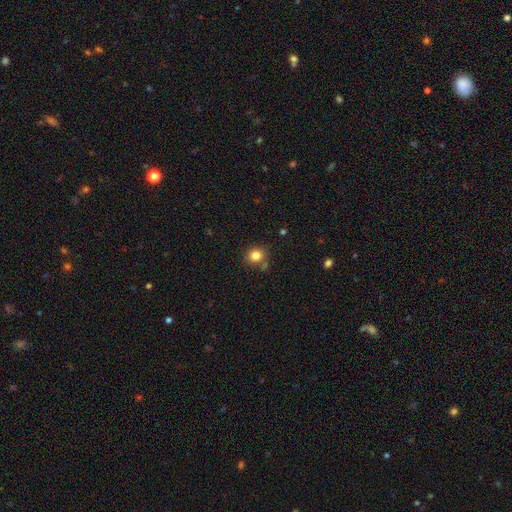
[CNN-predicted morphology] Overall: smooth (82%). How rounded: round (84%). Merging: none (78%).